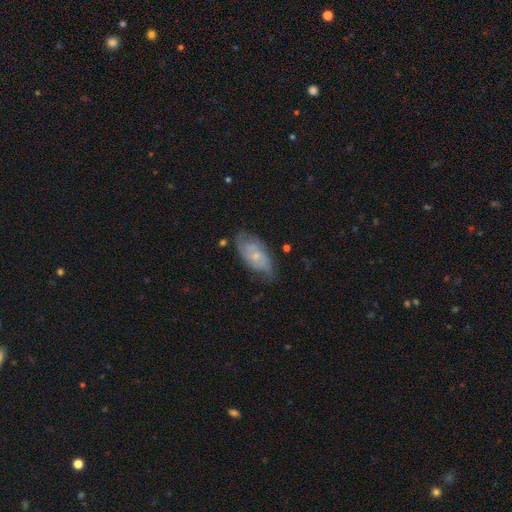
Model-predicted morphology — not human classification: featured or disk 58%, smooth 35%, star or artifact 7%. Down the decision tree: edge-on disk — no (93%); bar — no (68%); spiral arms — yes (82%); bulge size — small (65%); merging — none (63%).